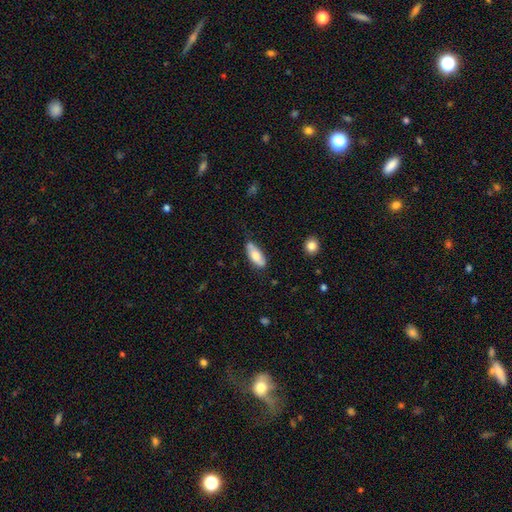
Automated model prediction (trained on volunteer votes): A smooth galaxy with no disk features (69%) that is in between round and cigar-shaped (79%).

Vote fractions:
- Smooth or featured? smooth: 69% / featured or disk: 25% / star or artifact: 6%
- How rounded? in between: 79% / cigar-shaped: 18% / round: 2%
- Merging? none: 70% / minor disturbance: 23% / major disturbance: 4% / merger: 3%